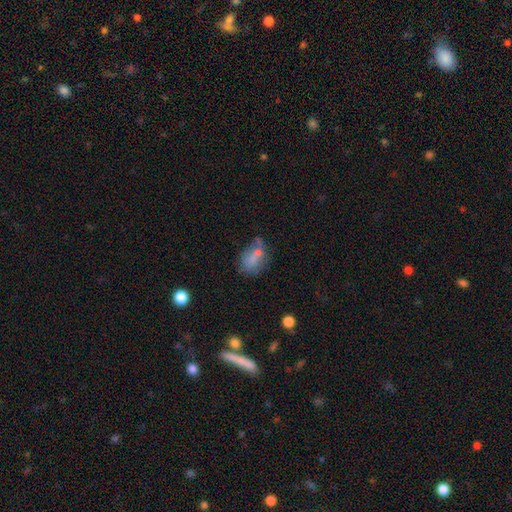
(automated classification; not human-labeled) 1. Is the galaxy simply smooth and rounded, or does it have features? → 56% smooth, 27% featured or disk, 17% star or artifact.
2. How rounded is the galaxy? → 74% in between, 19% round, 6% cigar-shaped.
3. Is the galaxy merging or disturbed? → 47% none, 24% minor disturbance, 15% merger, 14% major disturbance.